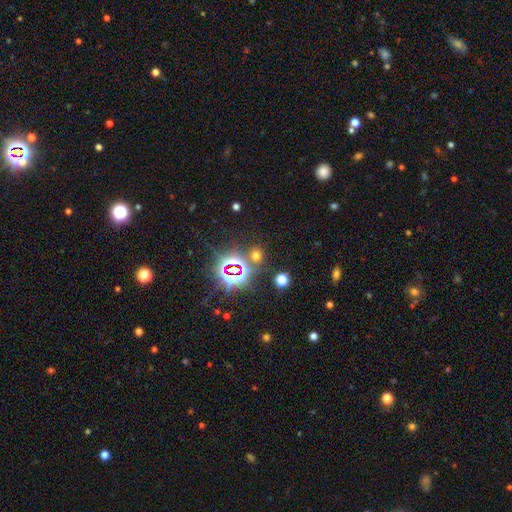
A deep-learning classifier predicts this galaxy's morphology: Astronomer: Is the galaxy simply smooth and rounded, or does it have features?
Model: star or artifact — 50% (runner-up: smooth, 43%).